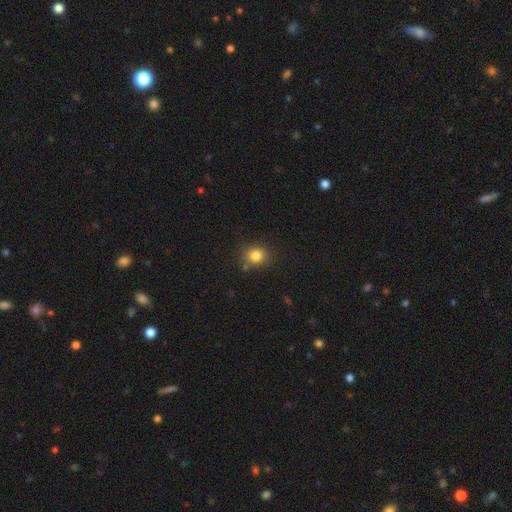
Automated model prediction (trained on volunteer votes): Smooth or featured? smooth (82%)
How rounded? round (81%)
Merging? none (82%)